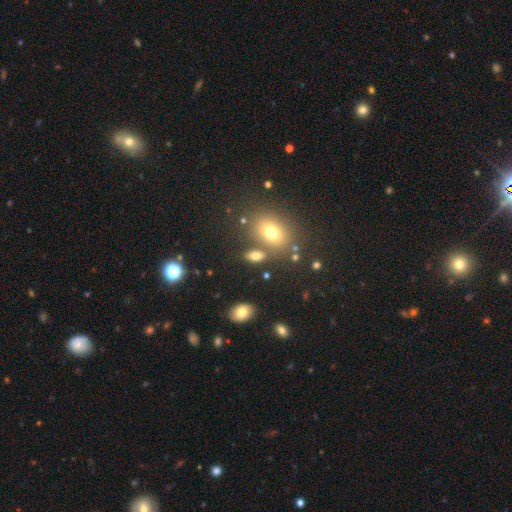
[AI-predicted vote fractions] This appears to be a smooth galaxy with no disk features (73%) that is in between round and cigar-shaped (81%). Merging: none (71%).